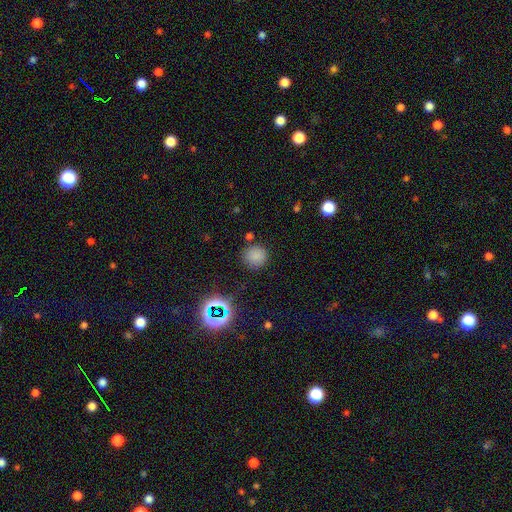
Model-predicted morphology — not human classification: smooth 78%, star or artifact 18%, featured or disk 5%. Down the decision tree: how rounded — round (90%); merging — none (84%).